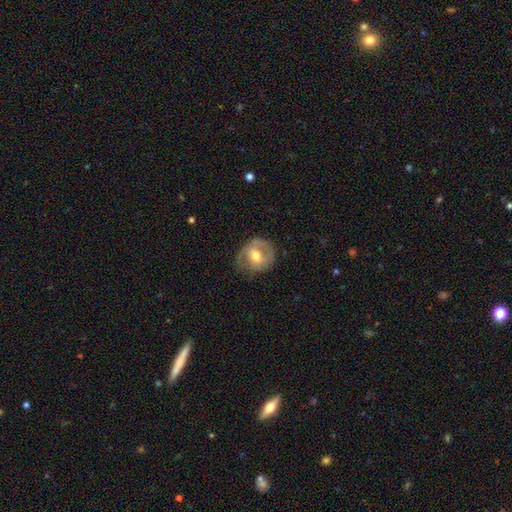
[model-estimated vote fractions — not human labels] smooth_or_featured: featured or disk (p=0.51) [alt: smooth p=0.42]
disk_edge_on: no (p=0.95) [alt: yes p=0.05]
merging: none (p=0.63) [alt: minor disturbance p=0.24]